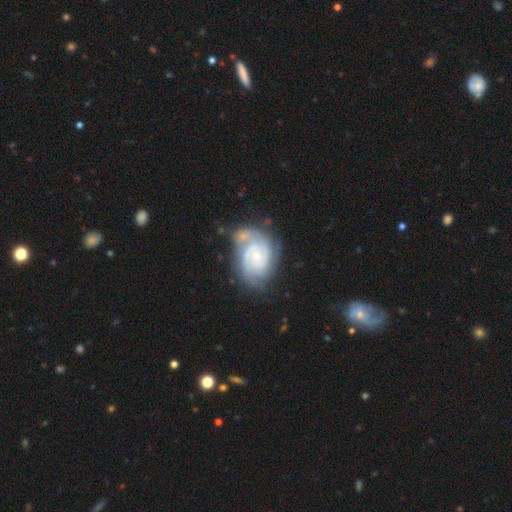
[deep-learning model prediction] Q: Smooth or featured?
A: featured or disk (85%); runner-up: smooth (10%)
Q: Edge-on disk?
A: no (97%); runner-up: yes (3%)
Q: Bar?
A: no (72%); runner-up: weak (24%)
Q: Spiral arms?
A: yes (96%); runner-up: no (4%)
Q: Spiral winding?
A: tight (64%); runner-up: medium (29%)
Q: Spiral arm count?
A: 2 (32%); runner-up: 3 (27%)
Q: Bulge size?
A: small (71%); runner-up: moderate (24%)
Q: Merging?
A: none (54%); runner-up: minor disturbance (22%)